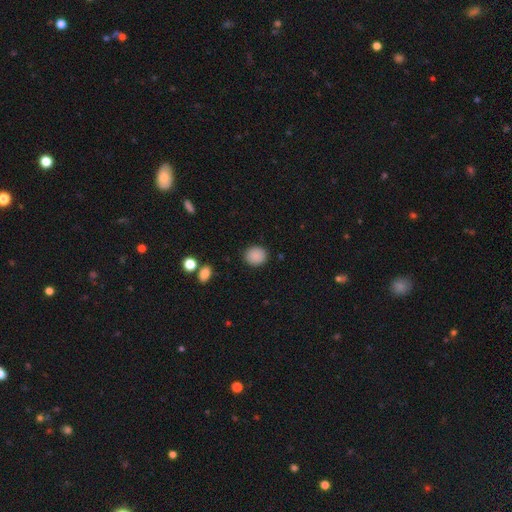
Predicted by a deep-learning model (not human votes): Smooth or featured? Predicted: smooth (p=0.88). How rounded? Predicted: round (p=0.73). Merging? Predicted: none (p=0.89).